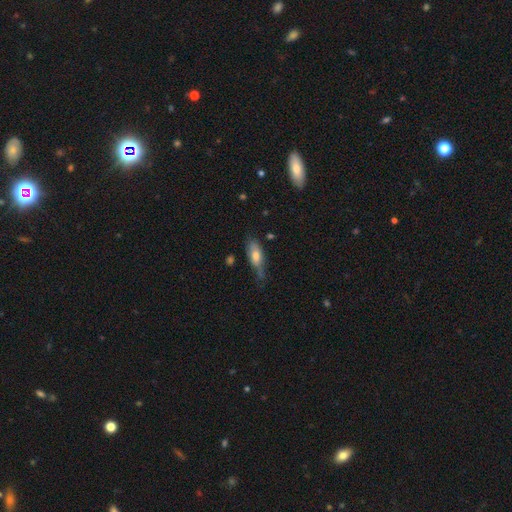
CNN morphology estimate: smooth 67%, featured or disk 26%, star or artifact 7%. Down the decision tree: how rounded — in between (72%); merging — none (46%).